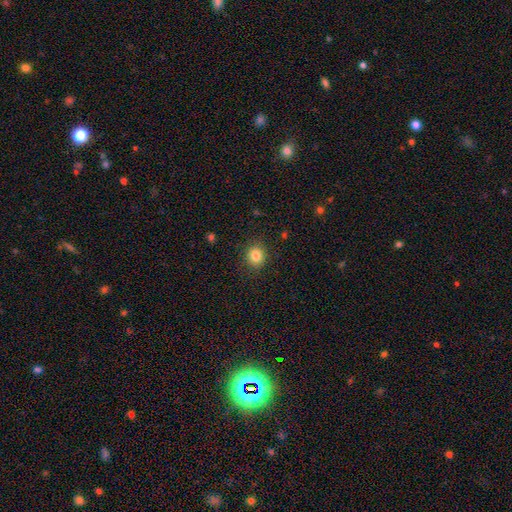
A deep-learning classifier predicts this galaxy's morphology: A smooth galaxy with no disk features (84%) that is round (79%).

Vote fractions:
- Smooth or featured? smooth: 84% / star or artifact: 11% / featured or disk: 6%
- How rounded? round: 79% / in between: 20% / cigar-shaped: 1%
- Merging? none: 89% / minor disturbance: 8% / major disturbance: 2% / merger: 1%